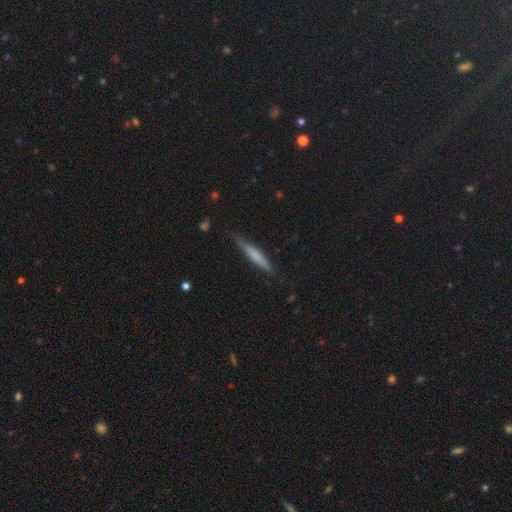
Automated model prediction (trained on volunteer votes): Smooth or featured? smooth (58%)
How rounded? cigar-shaped (93%)
Merging? none (83%)